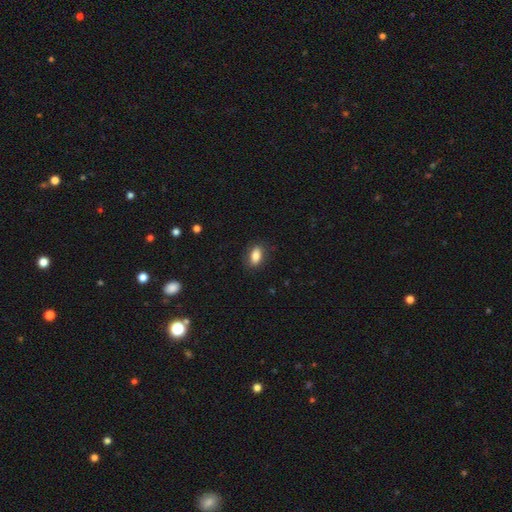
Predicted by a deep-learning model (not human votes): A smooth galaxy with no disk features (83%) that is in between round and cigar-shaped (87%).

Vote fractions:
- Smooth or featured? smooth: 83% / featured or disk: 9% / star or artifact: 8%
- How rounded? in between: 87% / round: 8% / cigar-shaped: 5%
- Merging? none: 83% / minor disturbance: 13% / major disturbance: 3% / merger: 1%